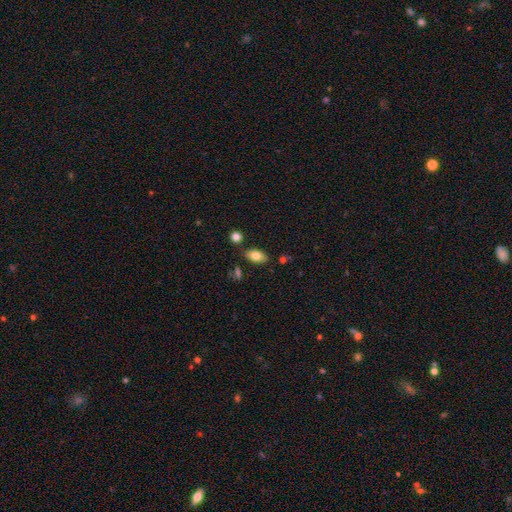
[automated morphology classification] The model was most divided on "smooth or featured": smooth: 78%, featured or disk: 14%, star or artifact: 8%. More confident: how rounded — in between (91%); merging — none (81%).